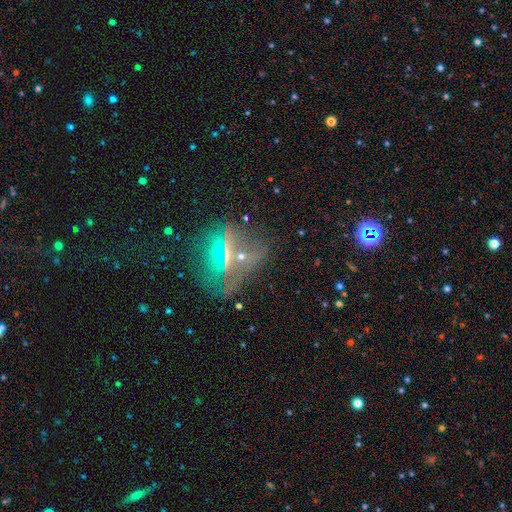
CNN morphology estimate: The model was most divided on "smooth or featured": star or artifact: 47%, featured or disk: 31%, smooth: 22%.